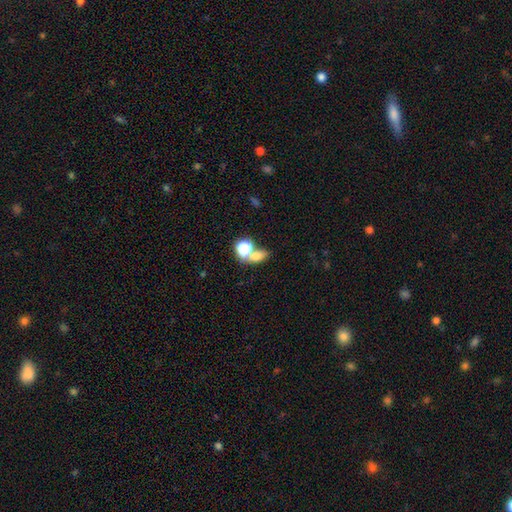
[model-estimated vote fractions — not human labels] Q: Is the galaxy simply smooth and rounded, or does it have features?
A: smooth — 68%.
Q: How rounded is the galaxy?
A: in between — 60%.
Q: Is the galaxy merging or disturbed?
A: none — 45%.